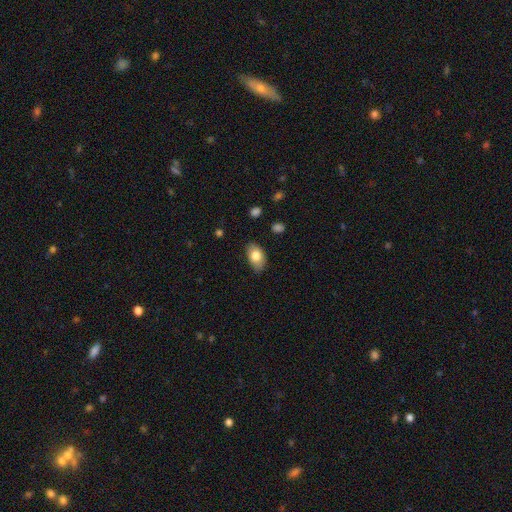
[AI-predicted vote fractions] Smooth or featured? smooth (79%)
How rounded? in between (91%)
Merging? none (80%)